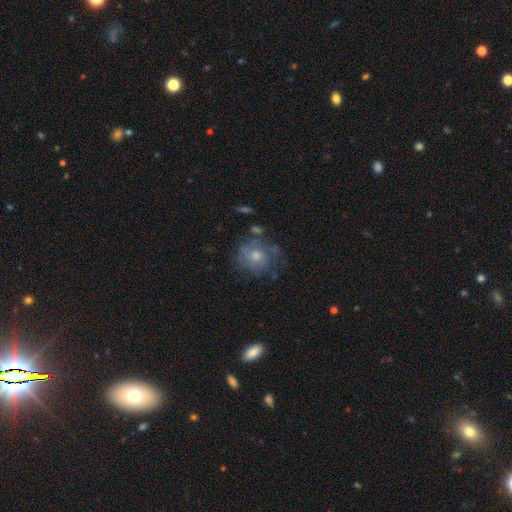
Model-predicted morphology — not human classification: featured or disk 47%, smooth 40%, star or artifact 13%. Down the decision tree: merging — none (63%).